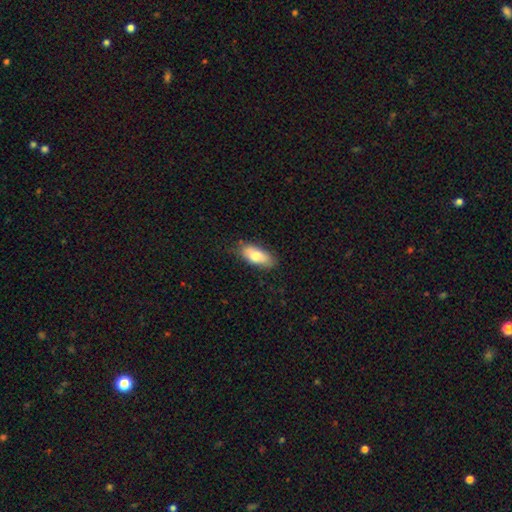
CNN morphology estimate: Smooth or featured: smooth — 78% (featured or disk — 16%)
How rounded: in between — 85% (cigar-shaped — 13%)
Merging: none — 76% (minor disturbance — 19%)